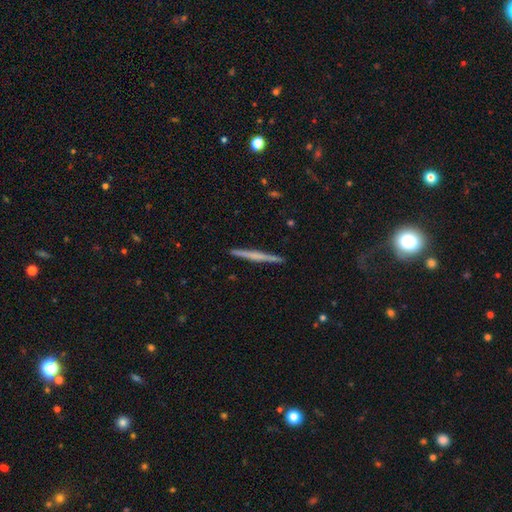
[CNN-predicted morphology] smooth-or-featured: featured or disk: 56% | smooth: 38% | star or artifact: 6%
  disk-edge-on: yes: 98% | no: 2%
    edge-on-bulge: none: 68% | rounded: 23% | boxy: 8%
  merging: none: 92% | minor disturbance: 6% | major disturbance: 1% | merger: 1%